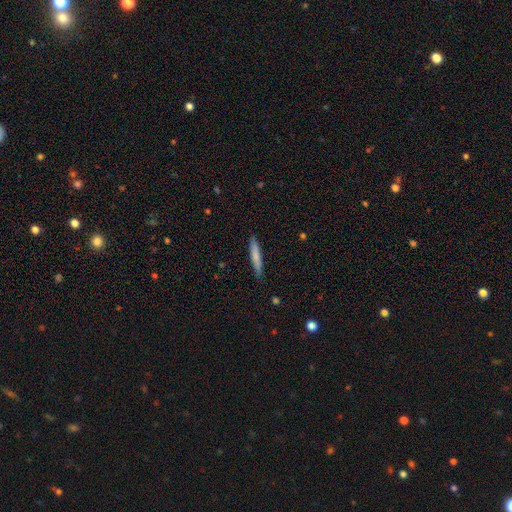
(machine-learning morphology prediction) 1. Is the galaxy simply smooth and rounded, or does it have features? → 75% smooth, 20% featured or disk, 5% star or artifact.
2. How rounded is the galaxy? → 93% cigar-shaped, 6% in between, 1% round.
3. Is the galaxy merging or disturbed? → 87% none, 11% minor disturbance, 2% major disturbance, 1% merger.